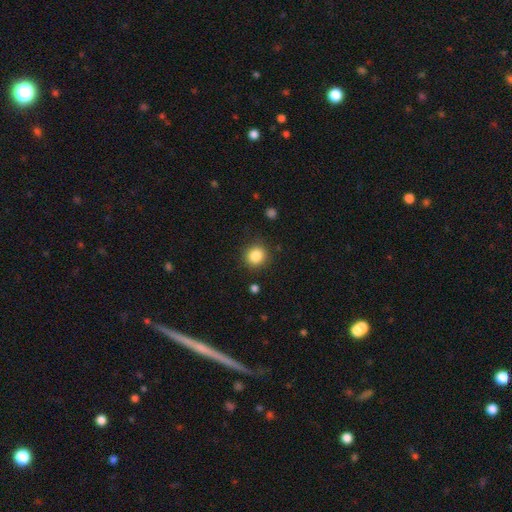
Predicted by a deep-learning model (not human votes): smooth 85%, star or artifact 10%, featured or disk 5%. Down the decision tree: how rounded — round (89%); merging — none (88%).